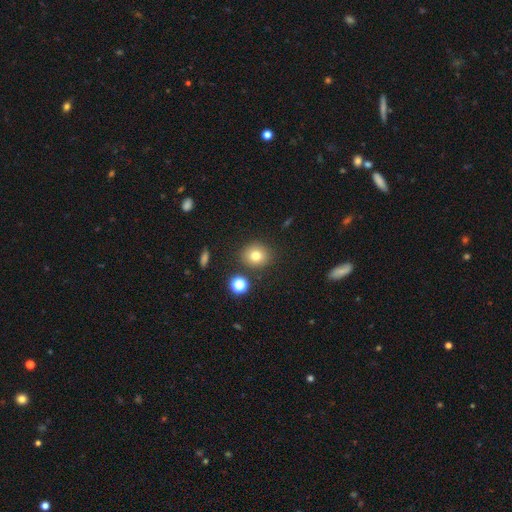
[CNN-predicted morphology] The model was most divided on "smooth or featured": smooth: 76%, star or artifact: 14%, featured or disk: 10%. More confident: merging — none (85%); how rounded — round (83%).